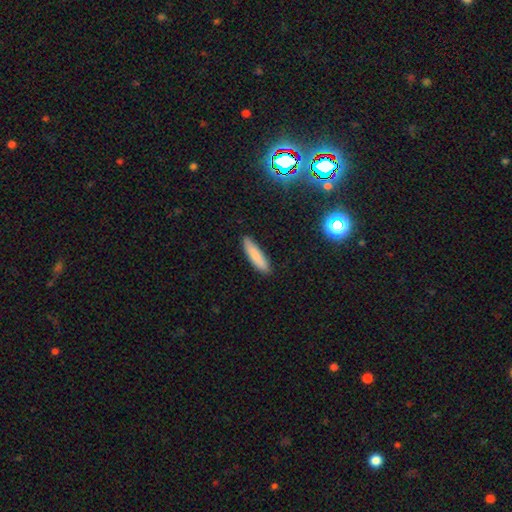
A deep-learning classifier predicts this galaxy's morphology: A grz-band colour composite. It shows a smooth galaxy with no disk features (84%) that is cigar-shaped (76%). Merging: none (88%).